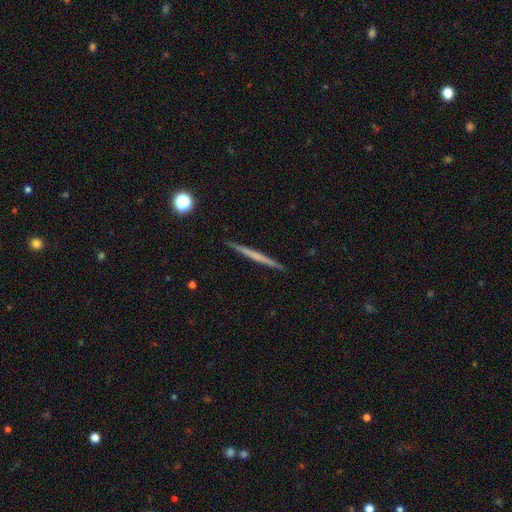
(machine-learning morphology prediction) The model was most divided on "smooth or featured": featured or disk: 52%, smooth: 42%, star or artifact: 6%. More confident: edge-on disk — yes (98%); merging — none (92%); edge-on bulge — none (87%).